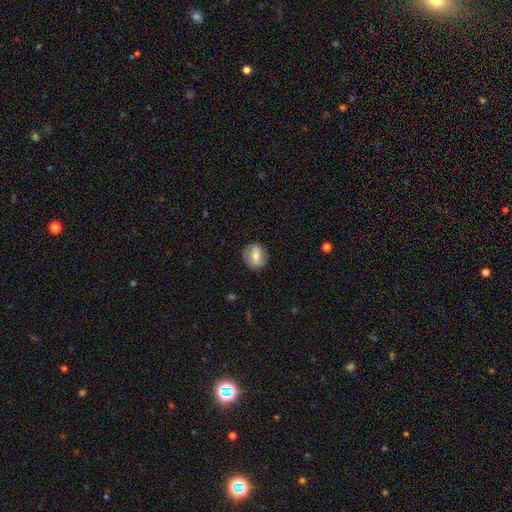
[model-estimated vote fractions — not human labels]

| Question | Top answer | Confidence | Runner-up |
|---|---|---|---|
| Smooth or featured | smooth | 69% | featured or disk (24%) |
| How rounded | round | 75% | in between (23%) |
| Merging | none | 84% | minor disturbance (12%) |